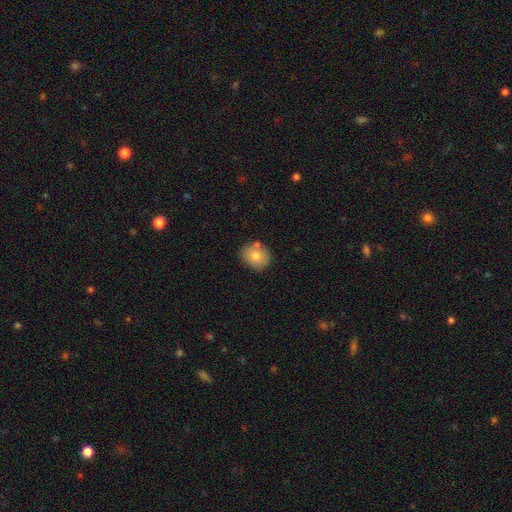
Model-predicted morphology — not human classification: smooth 76%, featured or disk 15%, star or artifact 9%. Down the decision tree: how rounded — round (71%); merging — none (72%).